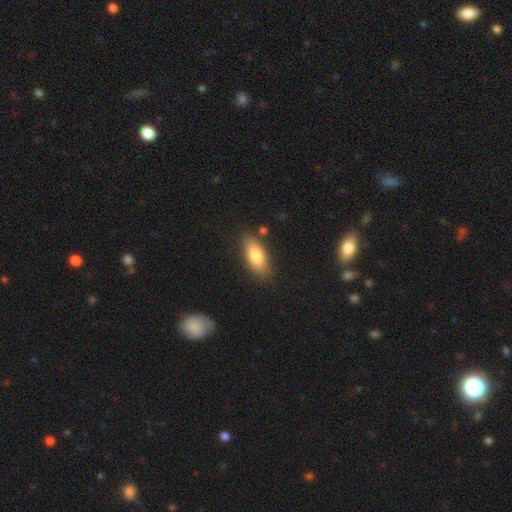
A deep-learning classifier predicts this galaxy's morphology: Smooth or featured? smooth (79%)
How rounded? in between (81%)
Merging? none (80%)